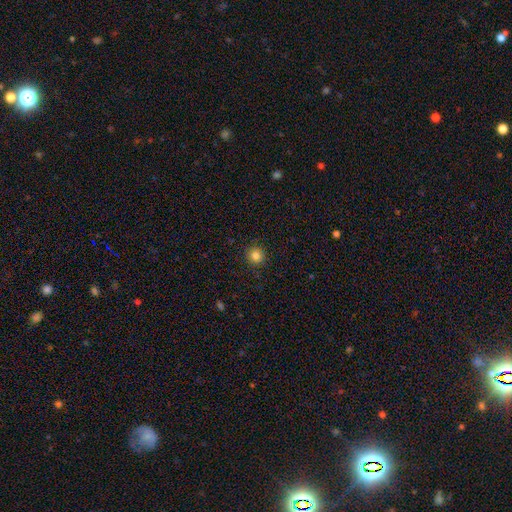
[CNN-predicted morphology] smooth 83%, star or artifact 12%, featured or disk 5%. Down the decision tree: how rounded — round (94%); merging — none (91%).